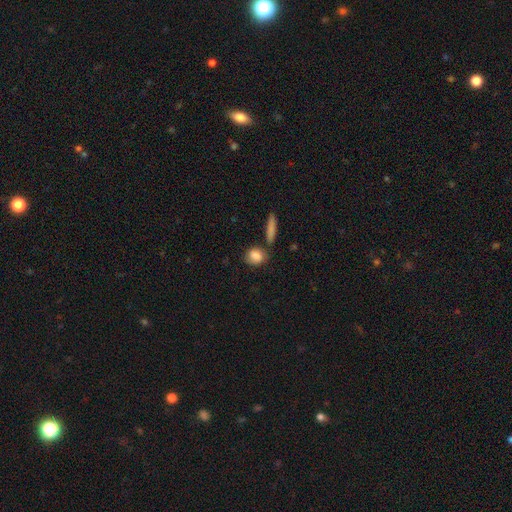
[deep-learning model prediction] Smooth or featured: smooth — 81% (featured or disk — 11%)
How rounded: in between — 53% (round — 41%)
Merging: none — 66% (minor disturbance — 18%)